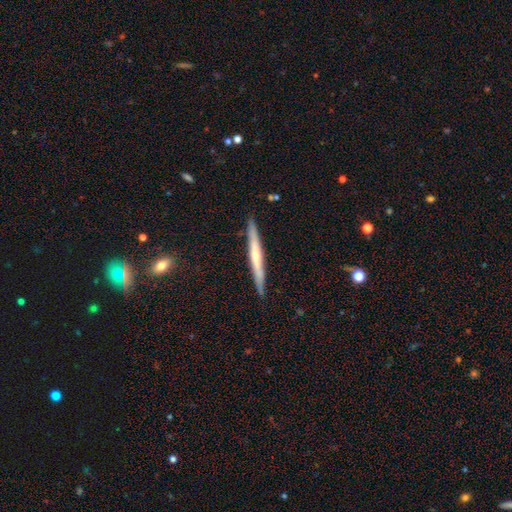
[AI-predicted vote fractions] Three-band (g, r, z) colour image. It shows a featured or disk galaxy (56%) viewed edge-on (96%) with no central bulge (47%). Merging: none (89%).